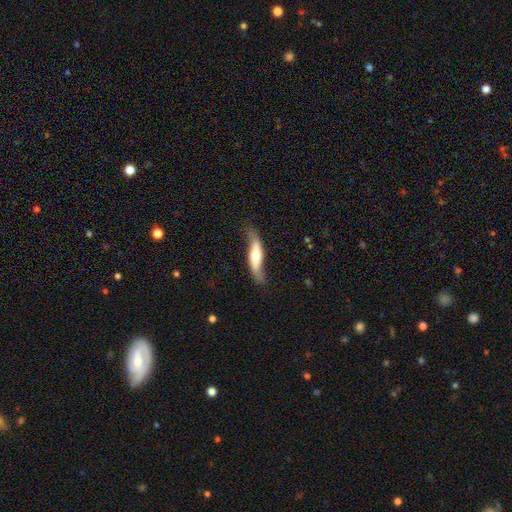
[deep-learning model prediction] Smooth or featured? Predicted: featured or disk (p=0.59). Edge-on disk? Predicted: no (p=0.52). Merging? Predicted: none (p=0.63).